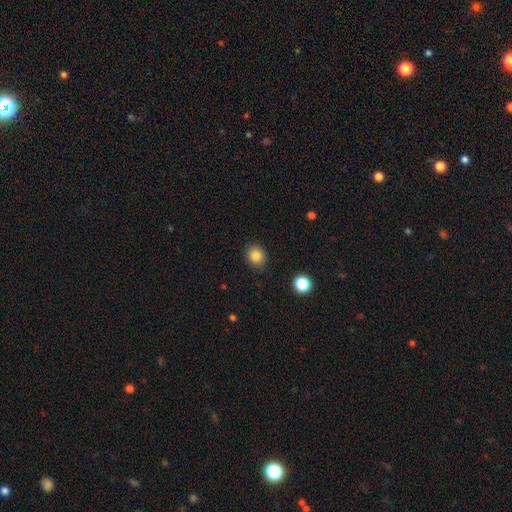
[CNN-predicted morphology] smooth 85%, star or artifact 10%, featured or disk 5%. Down the decision tree: how rounded — round (67%); merging — none (87%).